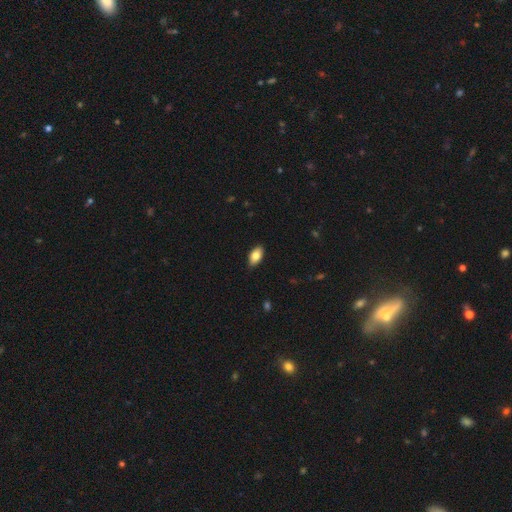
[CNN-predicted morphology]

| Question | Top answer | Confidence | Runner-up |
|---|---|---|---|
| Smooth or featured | smooth | 84% | featured or disk (9%) |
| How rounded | in between | 93% | round (4%) |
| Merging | none | 86% | minor disturbance (11%) |